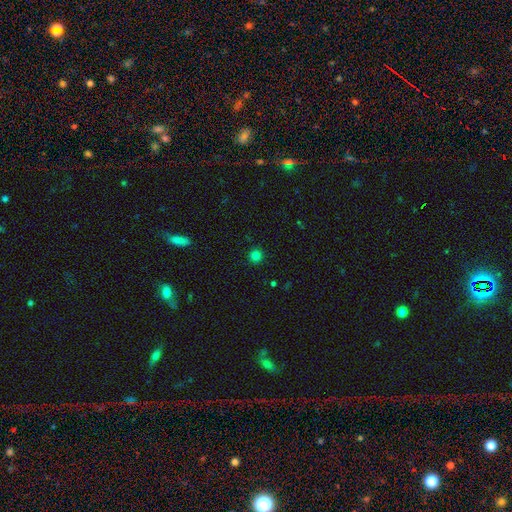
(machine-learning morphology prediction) Smooth or featured? Predicted: smooth (p=0.80). How rounded? Predicted: round (p=0.95). Merging? Predicted: none (p=0.92).